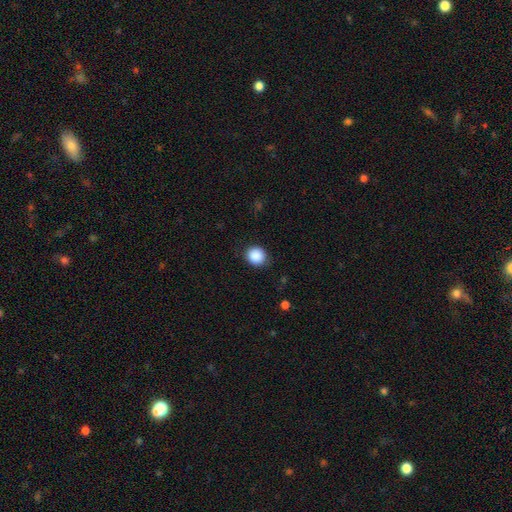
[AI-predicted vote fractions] smooth 89%, star or artifact 9%, featured or disk 2%. Down the decision tree: how rounded — round (88%); merging — none (88%).